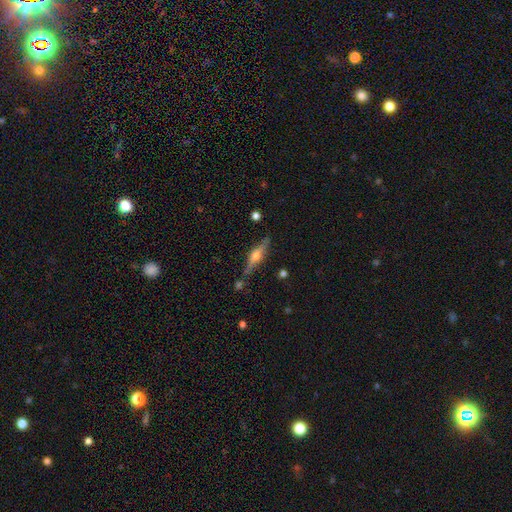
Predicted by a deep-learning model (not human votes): Smooth or featured?
  - featured or disk: 69% *
  - smooth: 24%
  - star or artifact: 7%
Edge-on disk?
  - yes: 95% *
  - no: 5%
Edge-on bulge?
  - rounded: 90% *
  - boxy: 7%
  - none: 3%
Merging?
  - none: 81% *
  - minor disturbance: 12%
  - merger: 4%
  - major disturbance: 3%